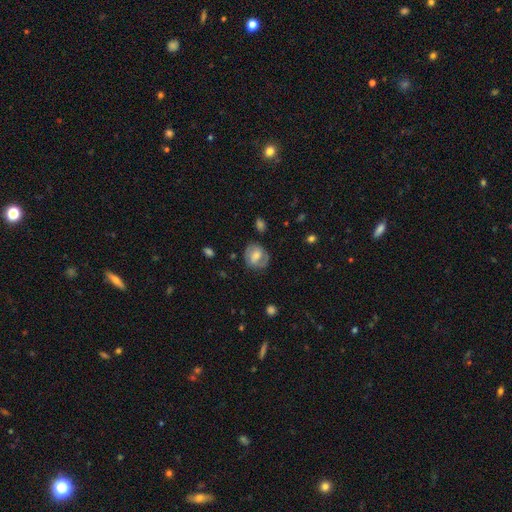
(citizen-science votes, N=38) A featured or disk galaxy (66%) with a weak bar (46%), 2 (84%) tight (63%) spiral arms (79%) and a small central bulge (46%).

Vote fractions:
- Smooth or featured? featured or disk: 66% / smooth: 29% / star or artifact: 5%
- Edge-on disk? no: 96% / yes: 4%
- Bar? weak: 46% / strong: 29% / no: 25%
- Spiral arms? yes: 79% / no: 21%
- Spiral winding? tight: 63% / medium: 21% / loose: 16%
- Spiral arm count? 2: 84% / can't tell: 11% / 1: 5% / 3: 0% / 4: 0% / more than 4: 0%
- Bulge size? small: 46% / moderate: 42% / large: 8% / none: 4% / dominant: 0%
- Merging? none: 75% / minor disturbance: 17% / major disturbance: 6% / merger: 3%